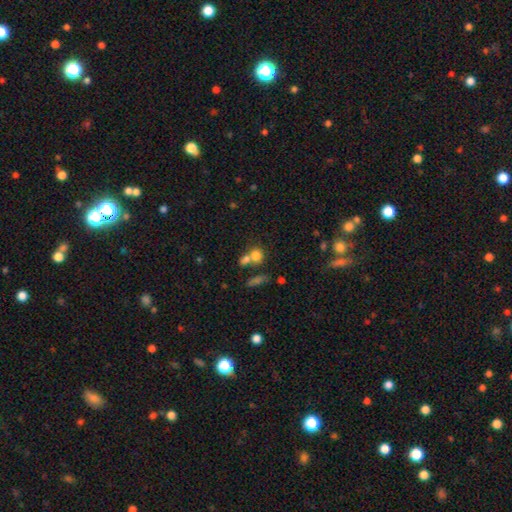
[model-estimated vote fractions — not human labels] Smooth or featured? Predicted: smooth (p=0.76). How rounded? Predicted: round (p=0.65). Merging? Predicted: none (p=0.43).